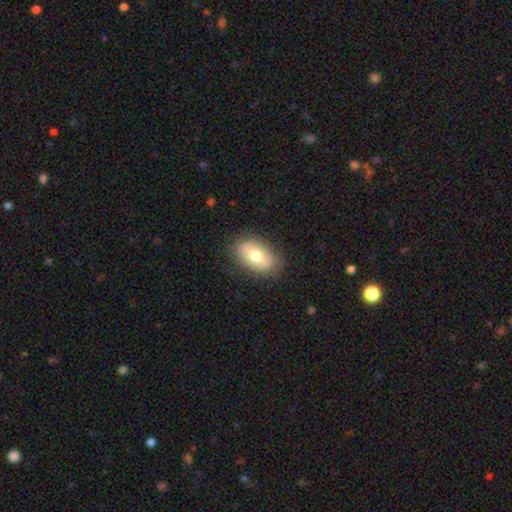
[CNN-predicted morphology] Q: Smooth or featured?
A: smooth (67%); runner-up: featured or disk (26%)
Q: How rounded?
A: in between (90%); runner-up: round (9%)
Q: Merging?
A: none (83%); runner-up: minor disturbance (13%)